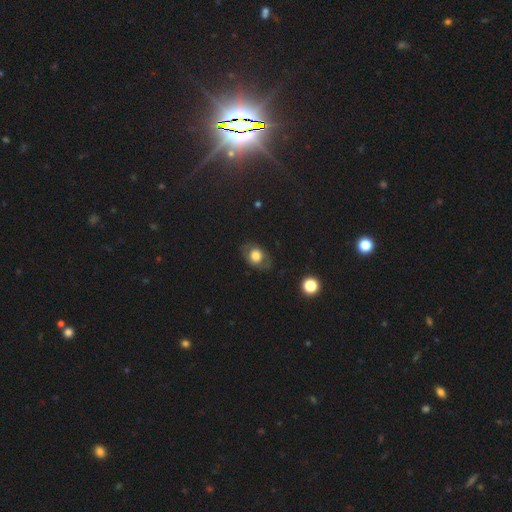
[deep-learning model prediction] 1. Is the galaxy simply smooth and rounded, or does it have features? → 63% smooth, 28% featured or disk, 9% star or artifact.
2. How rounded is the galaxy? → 59% in between, 40% round, 2% cigar-shaped.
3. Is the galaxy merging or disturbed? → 74% none, 17% minor disturbance, 7% major disturbance, 1% merger.